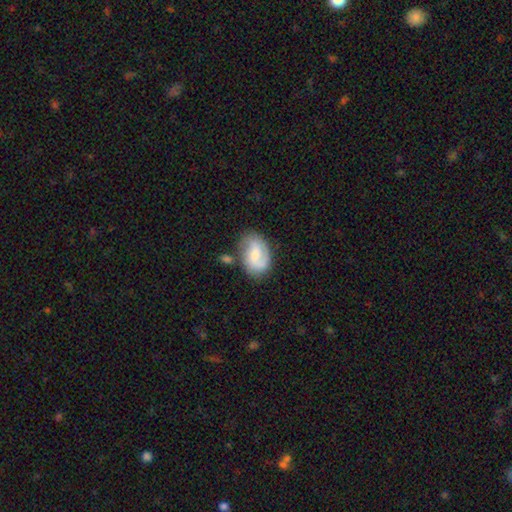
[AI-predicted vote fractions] Smooth or featured: featured or disk — 51% (smooth — 42%)
Edge-on disk: no — 97% (yes — 3%)
Merging: none — 63% (minor disturbance — 22%)